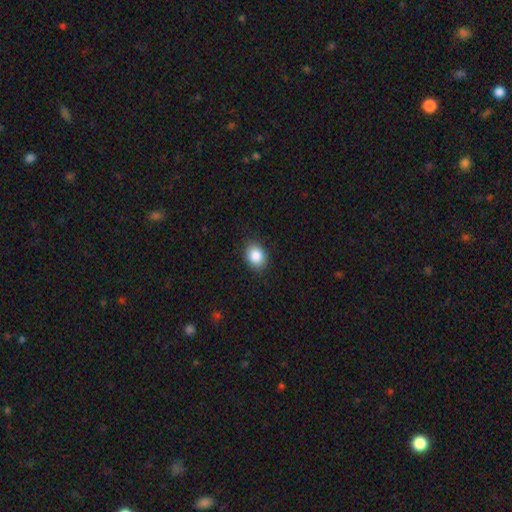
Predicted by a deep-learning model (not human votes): Smooth or featured: smooth — 86% (star or artifact — 8%)
How rounded: in between — 59% (round — 40%)
Merging: none — 88% (minor disturbance — 9%)